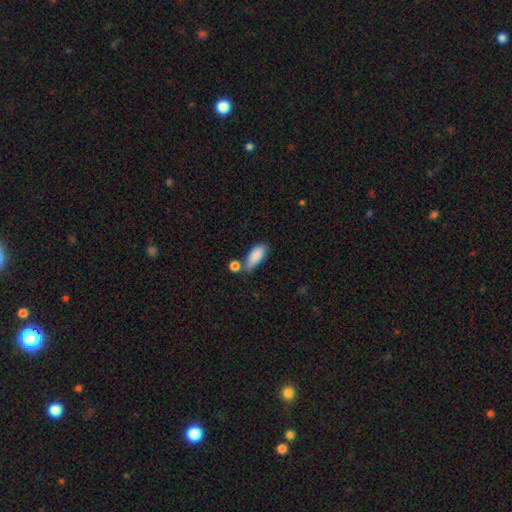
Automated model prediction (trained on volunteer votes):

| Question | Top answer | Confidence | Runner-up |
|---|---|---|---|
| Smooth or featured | smooth | 86% | featured or disk (7%) |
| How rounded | in between | 82% | cigar-shaped (15%) |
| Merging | none | 53% | merger (21%) |